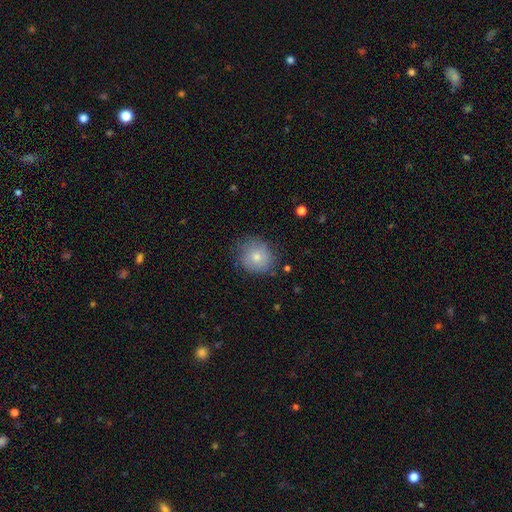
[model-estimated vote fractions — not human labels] The model was most divided on "merging": none: 74%, minor disturbance: 20%, major disturbance: 5%, merger: 1%. More confident: how rounded — round (82%); smooth or featured — smooth (76%).